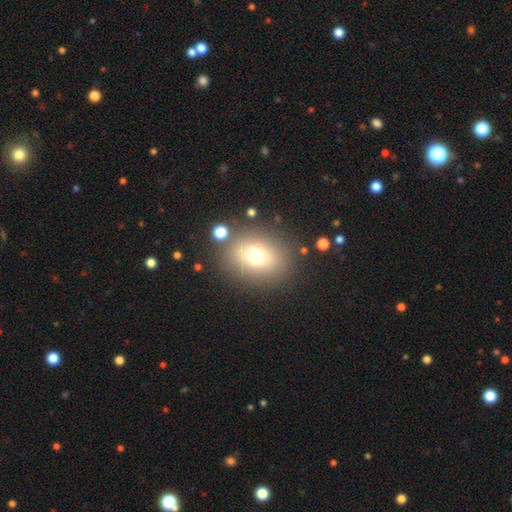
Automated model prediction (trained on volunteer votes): This appears to be a smooth galaxy with no disk features (67%) that is round (57%). Merging: none (77%).